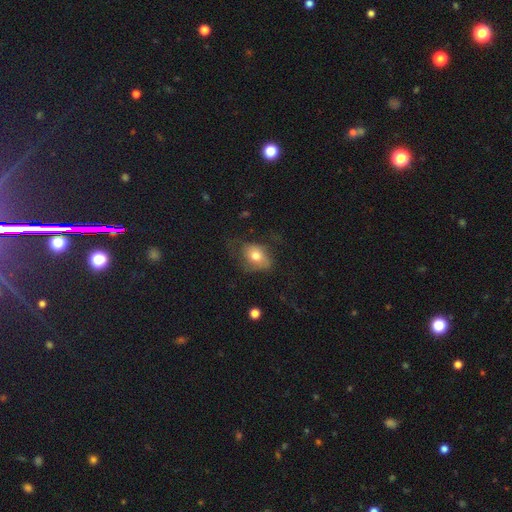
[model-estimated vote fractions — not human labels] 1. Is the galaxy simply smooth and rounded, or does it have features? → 66% smooth, 25% featured or disk, 9% star or artifact.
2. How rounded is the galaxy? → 73% in between, 25% round, 2% cigar-shaped.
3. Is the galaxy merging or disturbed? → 44% none, 28% minor disturbance, 27% major disturbance, 2% merger.